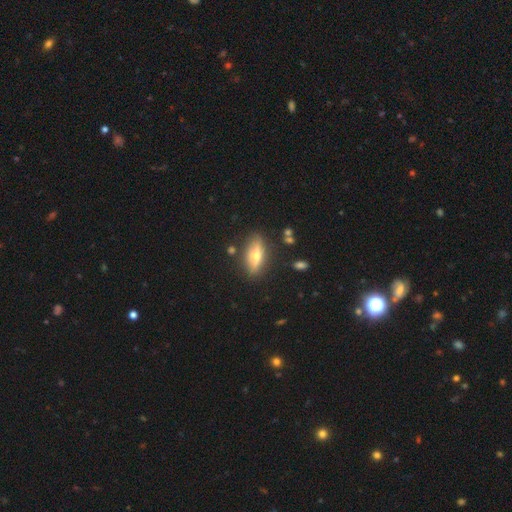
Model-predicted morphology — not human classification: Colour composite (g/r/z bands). It shows a smooth galaxy with no disk features (47%). Merging: none (83%).